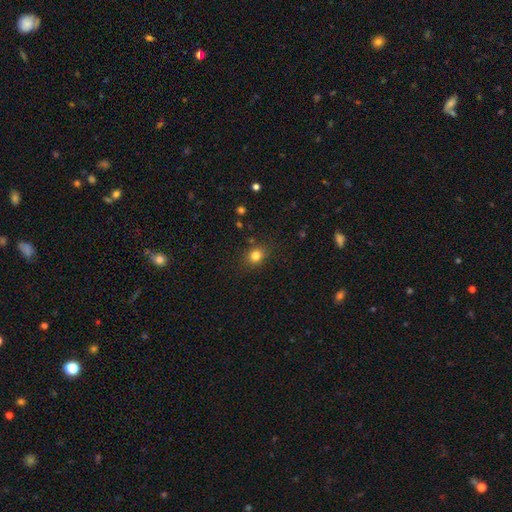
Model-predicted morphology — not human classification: Smooth or featured? Predicted: smooth (p=0.81). How rounded? Predicted: round (p=0.67). Merging? Predicted: none (p=0.84).